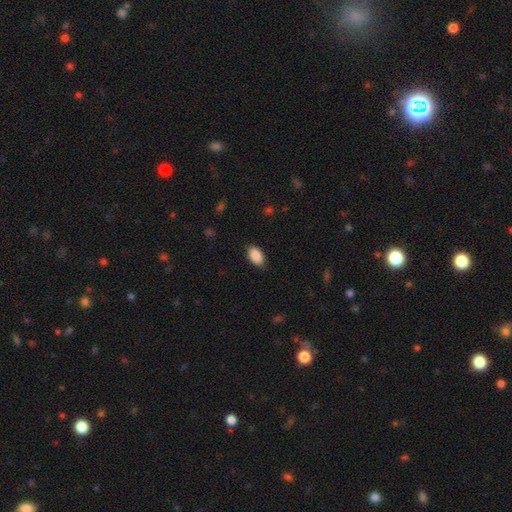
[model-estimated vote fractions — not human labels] Overall: smooth (90%). How rounded: in between (94%). Merging: none (84%).